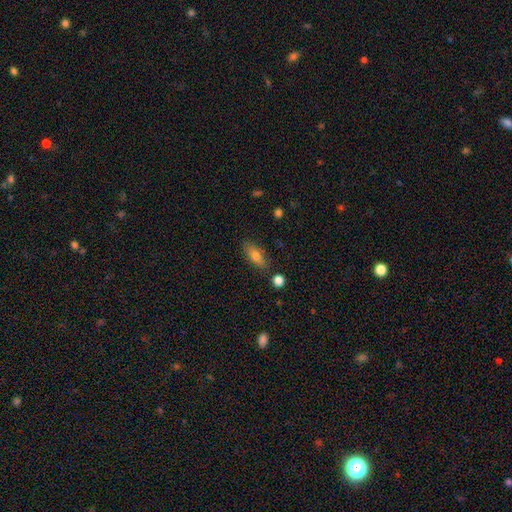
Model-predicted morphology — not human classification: The model was most divided on "how rounded": in between: 75%, cigar-shaped: 21%, round: 4%. More confident: merging — none (81%); smooth or featured — smooth (73%).